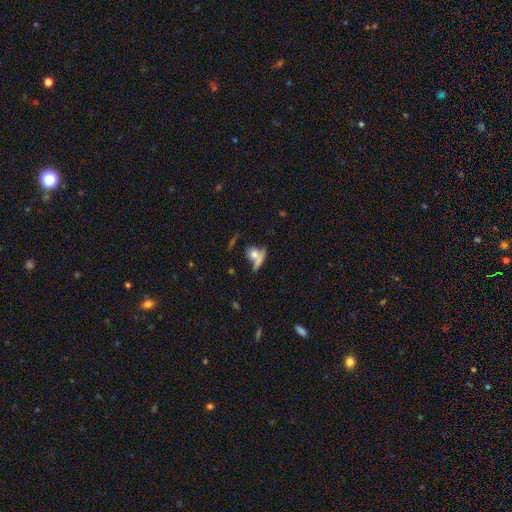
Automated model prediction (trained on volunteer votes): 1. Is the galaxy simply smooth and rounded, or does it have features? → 68% smooth, 21% featured or disk, 11% star or artifact.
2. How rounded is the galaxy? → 54% round, 30% in between, 16% cigar-shaped.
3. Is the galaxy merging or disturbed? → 45% none, 33% merger, 12% minor disturbance, 10% major disturbance.